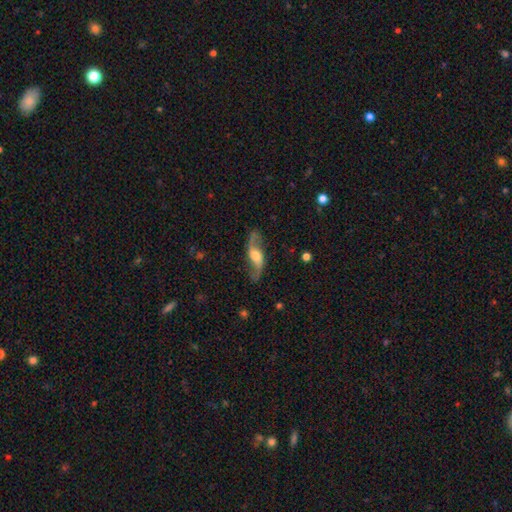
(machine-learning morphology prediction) This is clearly a featured or disk galaxy (82%). It is clearly not viewed edge-on (88%). Bar: marginally weak (41%). Spiral arm pattern: clearly yes (94%). Spiral arm count: clearly 2 (93%). Spiral winding: likely loose (75%). Central bulge: possibly moderate (46%). Merging: likely none (78%).